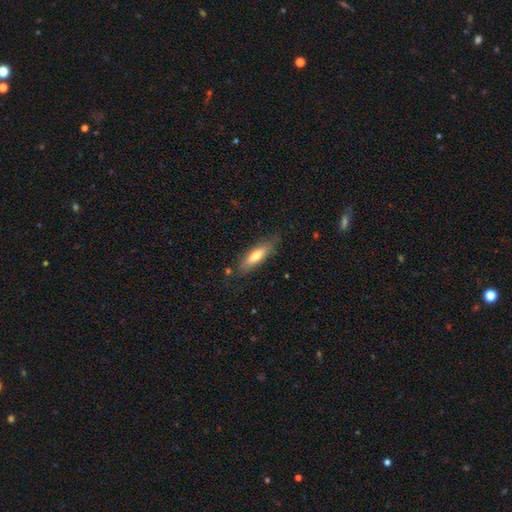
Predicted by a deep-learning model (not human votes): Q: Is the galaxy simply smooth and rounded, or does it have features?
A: smooth — 69%.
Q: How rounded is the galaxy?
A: cigar-shaped — 55%.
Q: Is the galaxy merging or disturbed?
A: none — 78%.